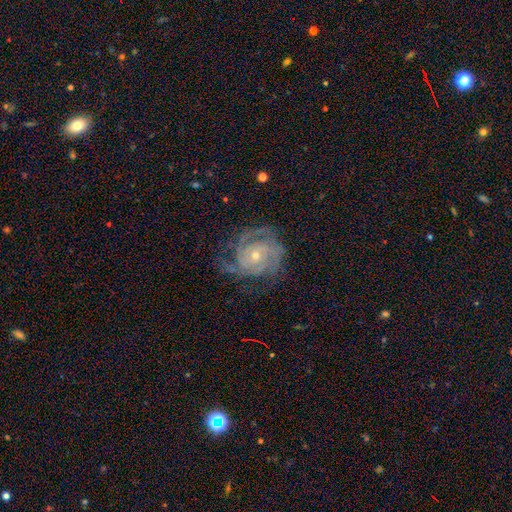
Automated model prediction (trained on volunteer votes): Overall: featured or disk (88%). Edge-on disk: no (98%). Bar: no (74%). Spiral arms: yes (97%). Spiral arm count: 3 (34%; 2 22%). Spiral winding: tight (64%; medium 30%). Bulge size: small (61%; moderate 36%). Merging: none (65%).